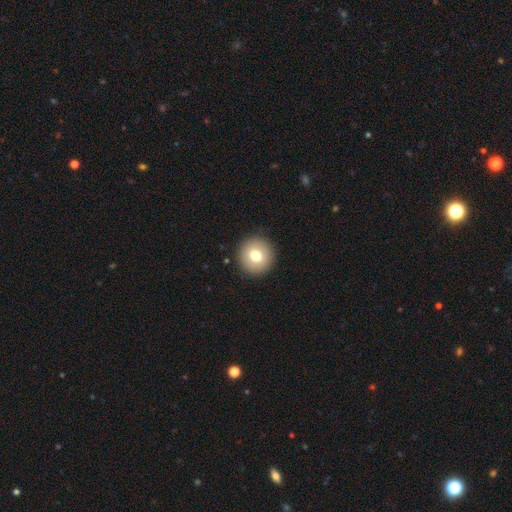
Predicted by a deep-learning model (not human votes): Smooth or featured? Predicted: smooth (p=0.73). How rounded? Predicted: round (p=0.95). Merging? Predicted: none (p=0.92).